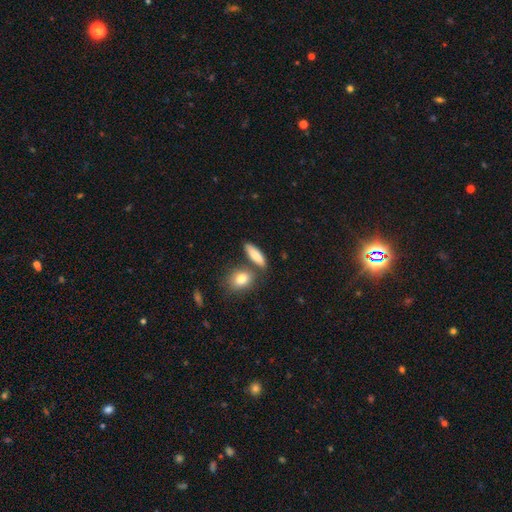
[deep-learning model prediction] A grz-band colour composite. It shows a smooth galaxy with no disk features (80%) that is in between round and cigar-shaped (53%). Merging: none (69%).